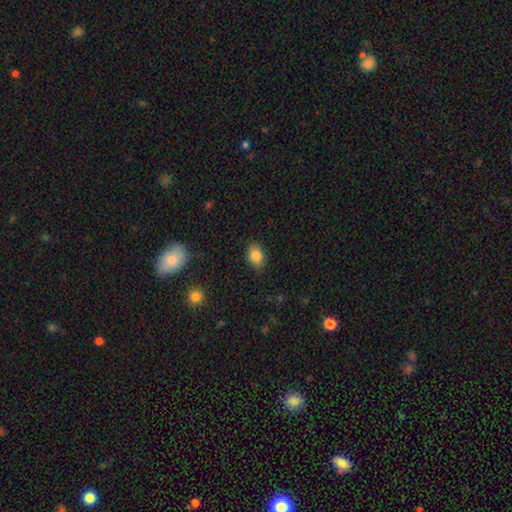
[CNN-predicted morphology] Smooth or featured? smooth (83%)
How rounded? in between (83%)
Merging? none (87%)